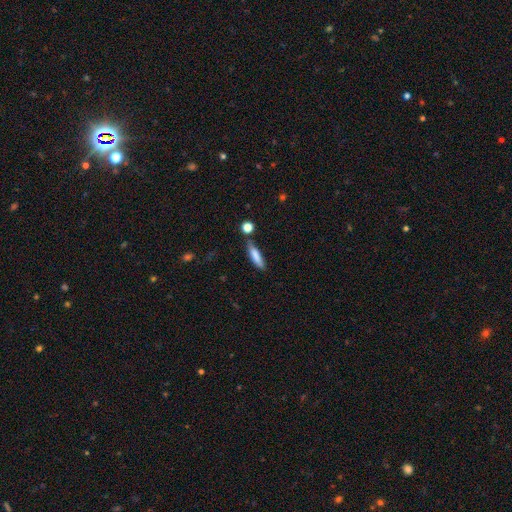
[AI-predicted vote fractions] A smooth galaxy with no disk features (79%) that is cigar-shaped (72%). Merging: none (70%).